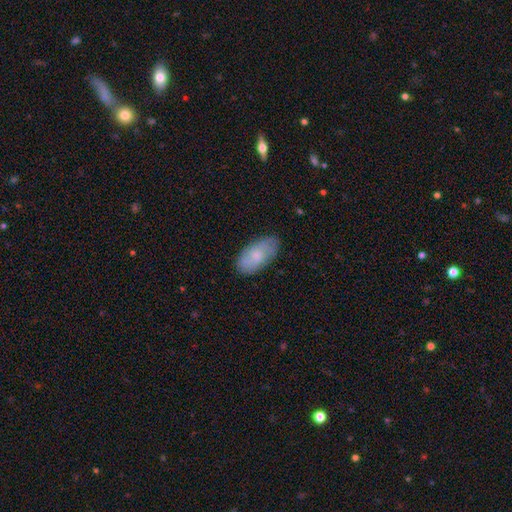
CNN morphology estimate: A smooth galaxy with no disk features (68%) that is in between round and cigar-shaped (92%). Merging: none (80%).